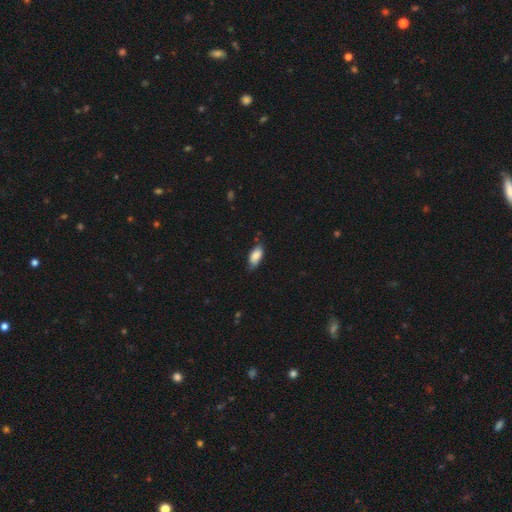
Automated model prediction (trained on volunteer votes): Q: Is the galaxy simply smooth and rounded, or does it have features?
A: smooth — 84%.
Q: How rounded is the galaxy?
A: in between — 89%.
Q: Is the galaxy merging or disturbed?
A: none — 64%.